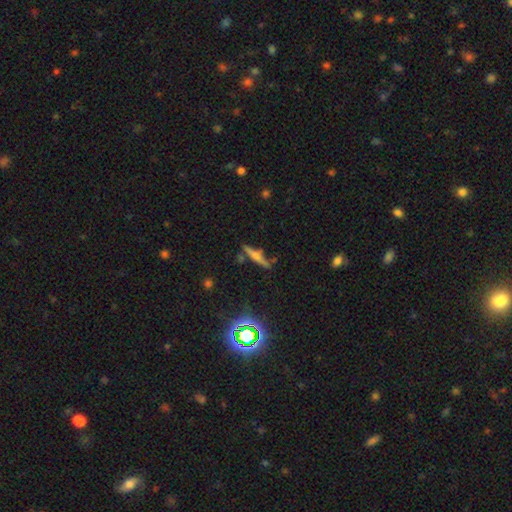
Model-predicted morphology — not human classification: This appears to be a featured or disk galaxy (56%) viewed edge-on (94%) with a rounded central bulge (78%). Merging: none (77%).